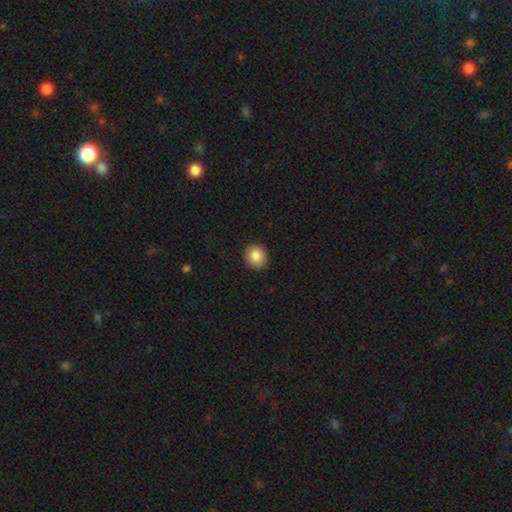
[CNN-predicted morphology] Q: Smooth or featured?
A: smooth (86%); runner-up: star or artifact (9%)
Q: How rounded?
A: round (84%); runner-up: in between (15%)
Q: Merging?
A: none (91%); runner-up: minor disturbance (7%)